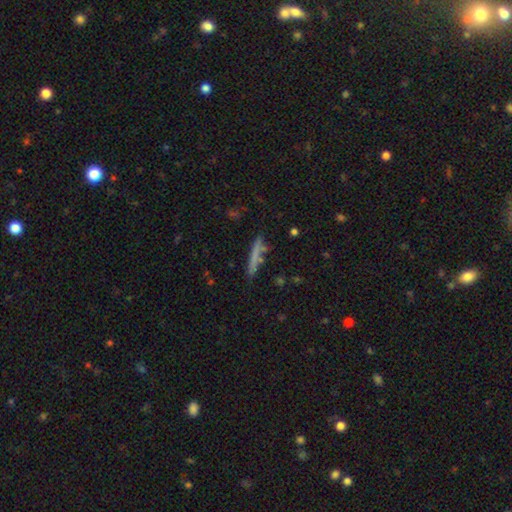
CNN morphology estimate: type=smooth (68%); roundness=cigar-shaped (93%); merging=none (78%).